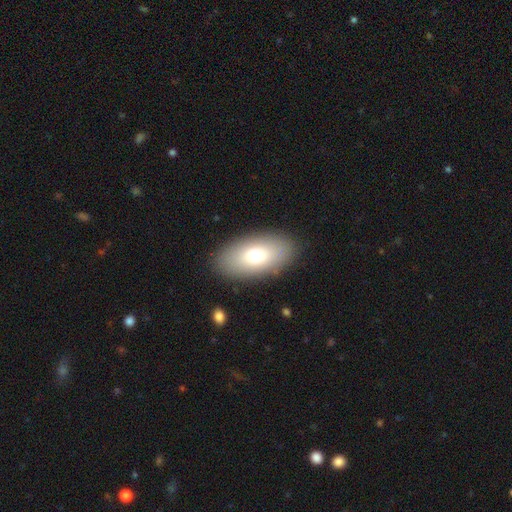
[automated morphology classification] Q: Smooth or featured?
A: smooth (72%); runner-up: featured or disk (20%)
Q: How rounded?
A: in between (92%); runner-up: round (4%)
Q: Merging?
A: none (88%); runner-up: minor disturbance (8%)